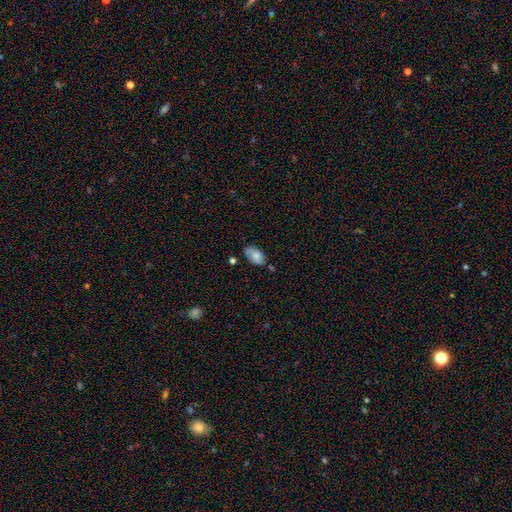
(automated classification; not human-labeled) smooth 73%, featured or disk 19%, star or artifact 8%. Down the decision tree: how rounded — in between (94%); merging — none (62%).